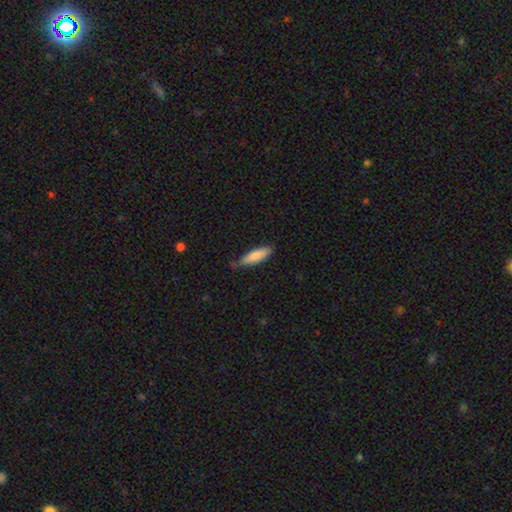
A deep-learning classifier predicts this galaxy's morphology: A smooth galaxy with no disk features (82%) that is cigar-shaped (65%).

Vote fractions:
- Smooth or featured? smooth: 82% / featured or disk: 13% / star or artifact: 5%
- How rounded? cigar-shaped: 65% / in between: 34% / round: 1%
- Merging? none: 66% / minor disturbance: 28% / major disturbance: 4% / merger: 2%